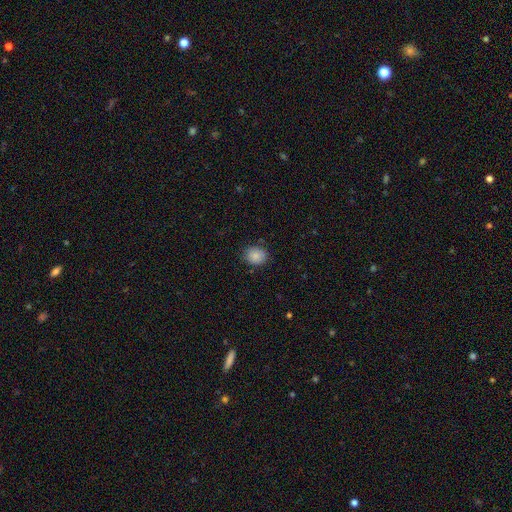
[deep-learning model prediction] Smooth or featured?
  - smooth: 86% *
  - star or artifact: 9%
  - featured or disk: 6%
How rounded?
  - round: 65% *
  - in between: 35%
  - cigar-shaped: 1%
Merging?
  - none: 84% *
  - minor disturbance: 12%
  - major disturbance: 3%
  - merger: 1%